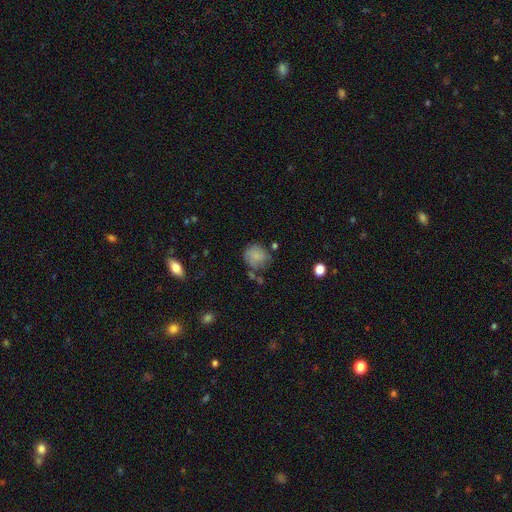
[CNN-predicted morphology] Smooth or featured? smooth (67%)
How rounded? round (81%)
Merging? none (55%)